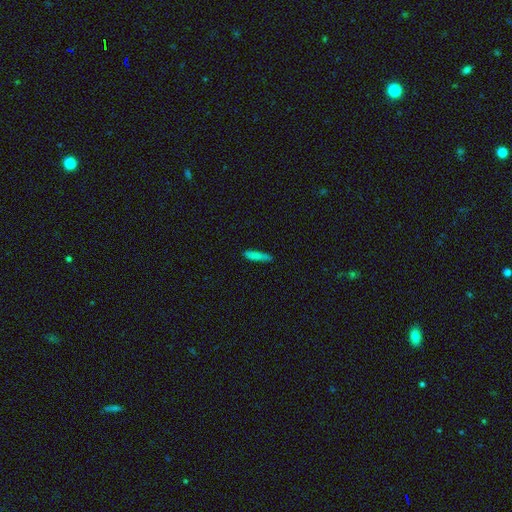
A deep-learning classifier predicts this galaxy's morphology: Smooth or featured? smooth (81%)
How rounded? cigar-shaped (82%)
Merging? none (78%)